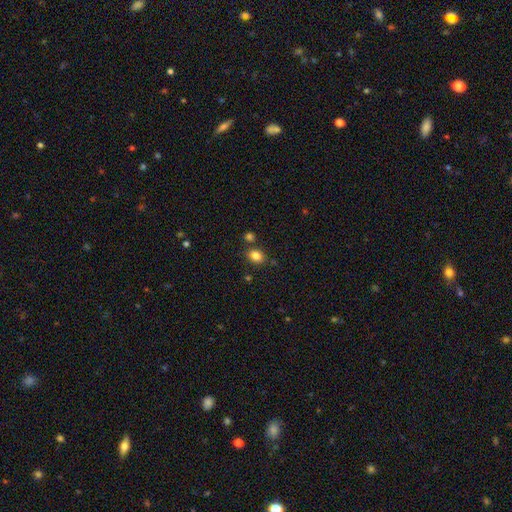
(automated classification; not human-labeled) Overall: smooth (83%). How rounded: in between (52%; round 47%). Merging: none (76%).